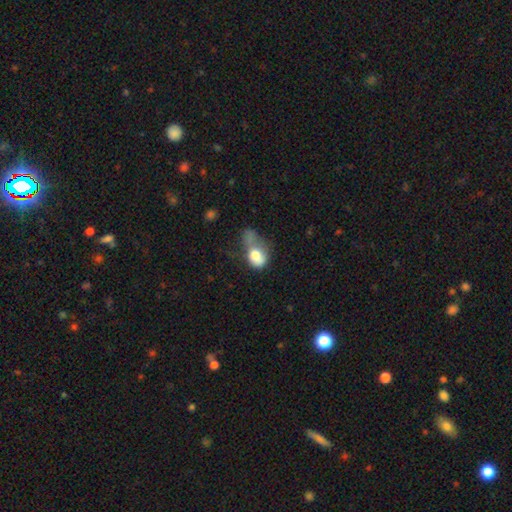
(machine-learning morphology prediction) The model was most divided on "merging": major disturbance: 45%, merger: 22%, minor disturbance: 20%, none: 13%. More confident: smooth or featured — smooth (72%); how rounded — in between (72%).